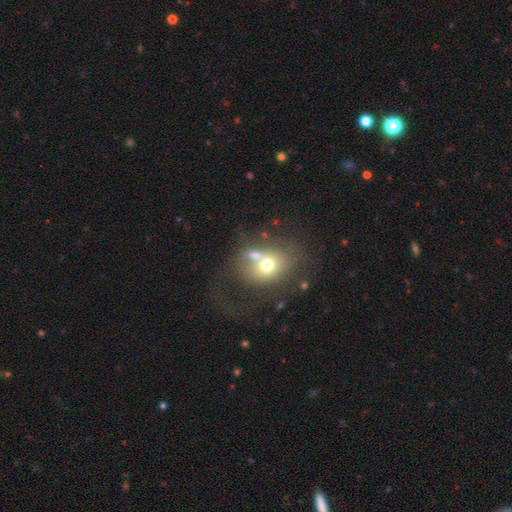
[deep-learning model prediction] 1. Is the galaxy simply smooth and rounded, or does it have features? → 60% smooth, 27% featured or disk, 12% star or artifact.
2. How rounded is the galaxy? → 54% round, 45% in between, 1% cigar-shaped.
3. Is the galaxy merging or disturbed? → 40% merger, 30% none, 16% major disturbance, 13% minor disturbance.